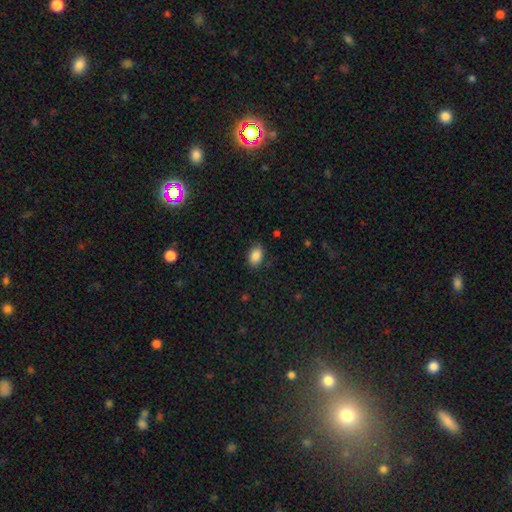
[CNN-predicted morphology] type=smooth (86%); roundness=in between (83%); merging=none (78%).